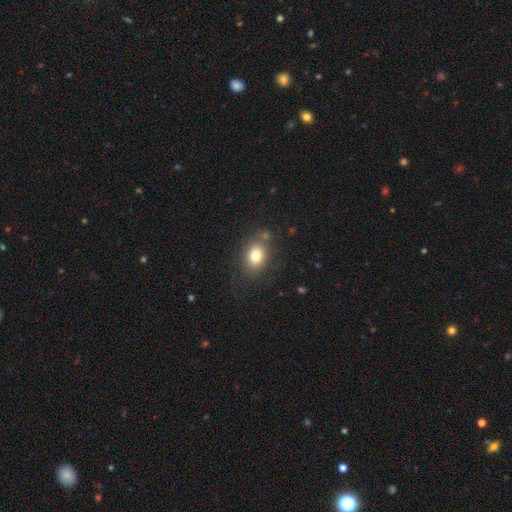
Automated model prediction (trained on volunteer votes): Smooth or featured? smooth (79%)
How rounded? in between (67%)
Merging? none (76%)